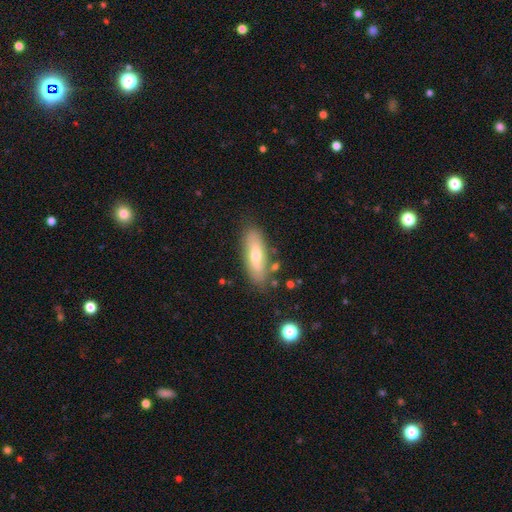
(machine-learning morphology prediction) Smooth or featured? smooth (57%)
How rounded? in between (56%)
Merging? none (79%)